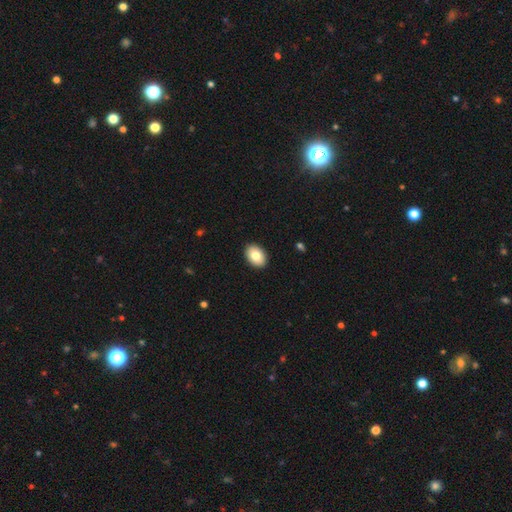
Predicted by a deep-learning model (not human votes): smooth 81%, featured or disk 12%, star or artifact 7%. Down the decision tree: how rounded — in between (82%); merging — none (91%).